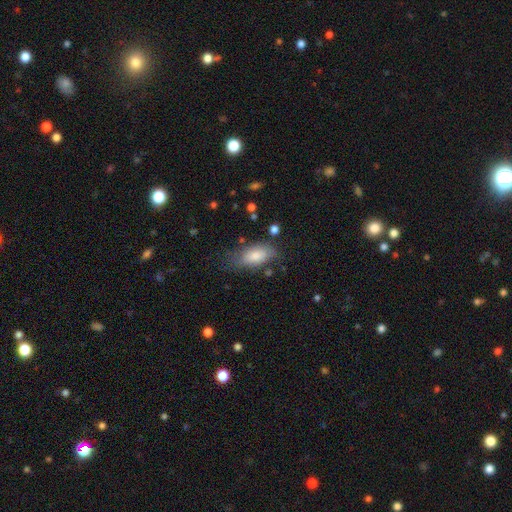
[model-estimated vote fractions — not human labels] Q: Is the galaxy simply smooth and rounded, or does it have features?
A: smooth — 79%.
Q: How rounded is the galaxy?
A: in between — 89%.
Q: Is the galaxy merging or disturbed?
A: none — 59%.